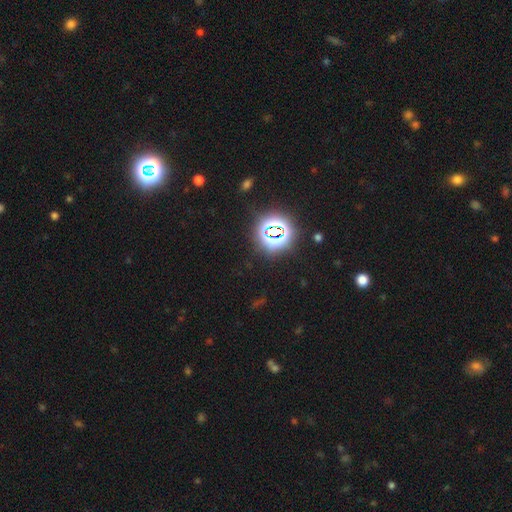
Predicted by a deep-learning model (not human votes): The model was most divided on "smooth or featured": star or artifact: 79%, smooth: 14%, featured or disk: 7%.